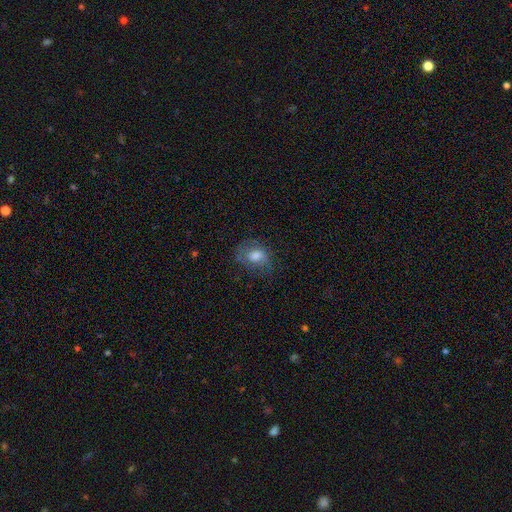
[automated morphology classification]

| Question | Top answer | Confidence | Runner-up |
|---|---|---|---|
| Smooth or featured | smooth | 59% | featured or disk (30%) |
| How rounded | in between | 59% | round (39%) |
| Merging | none | 61% | minor disturbance (23%) |